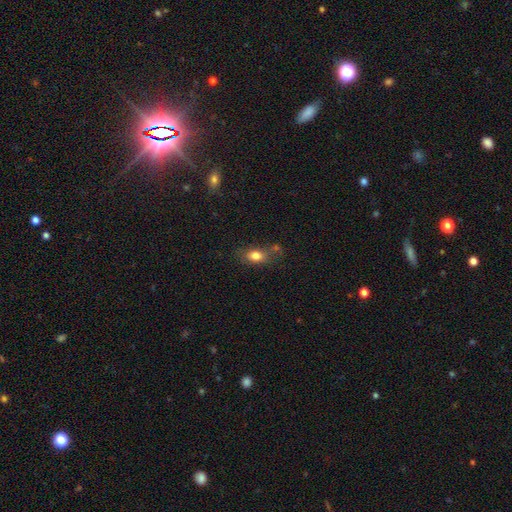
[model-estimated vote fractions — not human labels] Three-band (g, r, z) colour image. It shows a smooth galaxy with no disk features (80%) that is in between round and cigar-shaped (74%). Merging: none (55%).